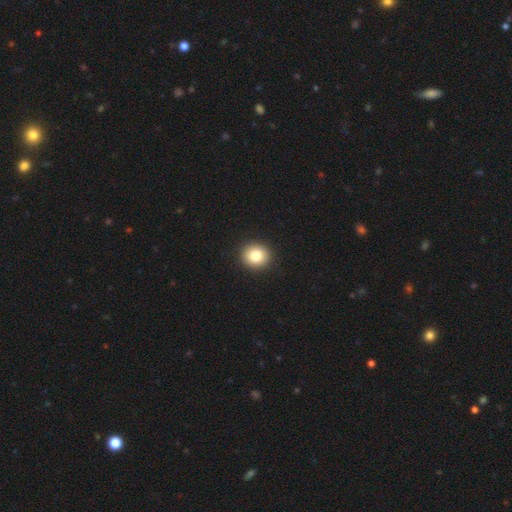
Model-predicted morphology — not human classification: Q: Smooth or featured?
A: smooth (82%); runner-up: star or artifact (10%)
Q: How rounded?
A: round (88%); runner-up: in between (11%)
Q: Merging?
A: none (93%); runner-up: minor disturbance (5%)